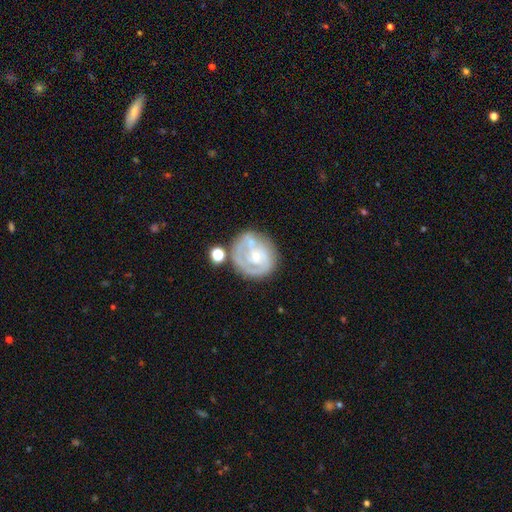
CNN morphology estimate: smooth_or_featured: featured or disk (p=0.75) [alt: smooth p=0.19]
disk_edge_on: no (p=0.98) [alt: yes p=0.02]
bar: no (p=0.65) [alt: weak p=0.28]
has_spiral_arms: yes (p=0.80) [alt: no p=0.20]
spiral_winding: tight (p=0.62) [alt: medium p=0.28]
spiral_arm_count: 2 (p=0.36) [alt: can't tell p=0.29]
bulge_size: small (p=0.64) [alt: moderate p=0.28]
merging: none (p=0.56) [alt: minor disturbance p=0.20]